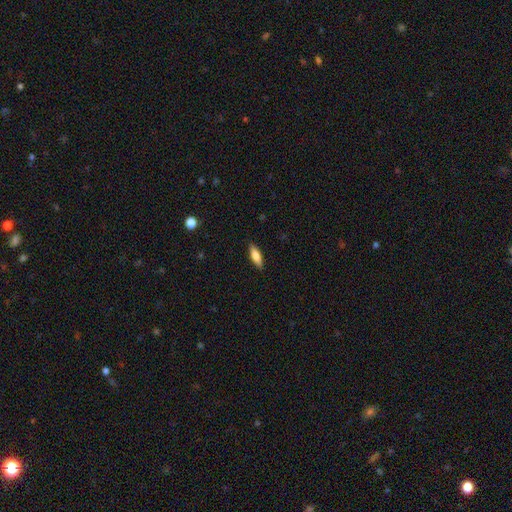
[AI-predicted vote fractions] smooth_or_featured: smooth (p=0.71) [alt: featured or disk p=0.23]
how_rounded: in between (p=0.52) [alt: cigar-shaped p=0.45]
merging: none (p=0.88) [alt: minor disturbance p=0.09]